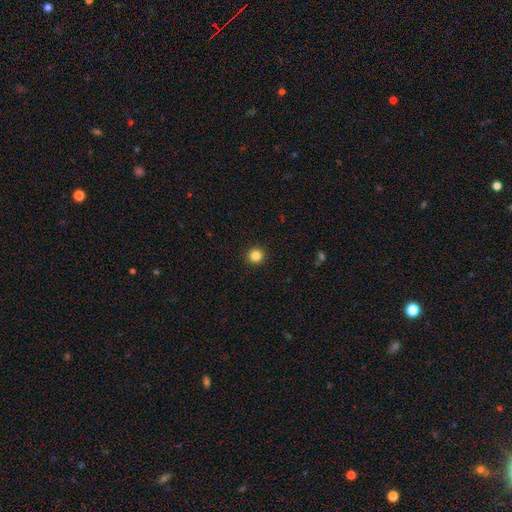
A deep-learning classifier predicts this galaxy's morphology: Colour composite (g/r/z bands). It shows a smooth galaxy with no disk features (84%) that is round (95%). Merging: none (93%).